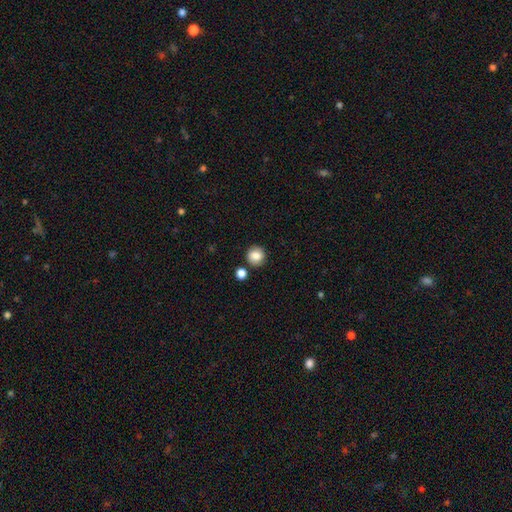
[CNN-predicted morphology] This appears to be a smooth galaxy with no disk features (84%) that is round (90%). Merging: none (82%).